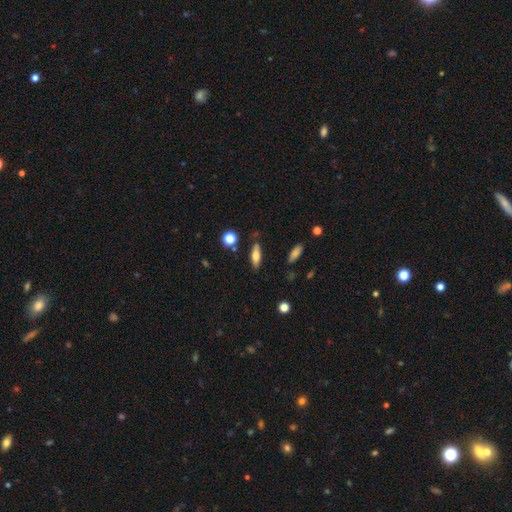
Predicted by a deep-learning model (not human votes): The model was most divided on "how rounded": in between: 59%, cigar-shaped: 38%, round: 3%. More confident: merging — none (80%); smooth or featured — smooth (68%).